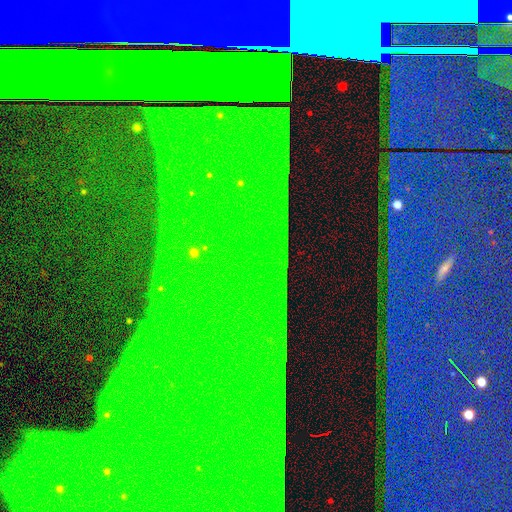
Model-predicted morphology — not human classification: Q: Smooth or featured?
A: star or artifact (85%); runner-up: featured or disk (8%)